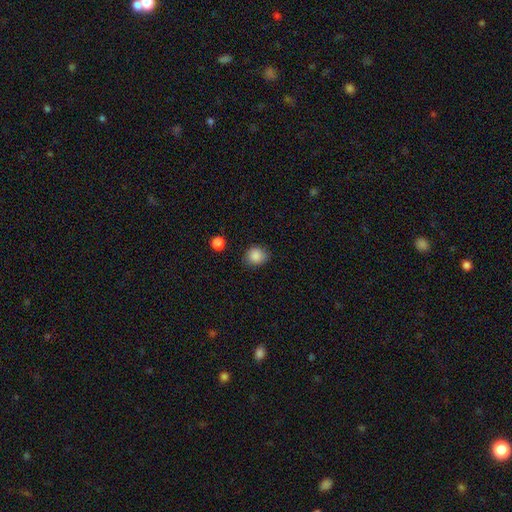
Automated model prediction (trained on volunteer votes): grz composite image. It shows a smooth galaxy with no disk features (87%) that is round (75%). Merging: none (80%).